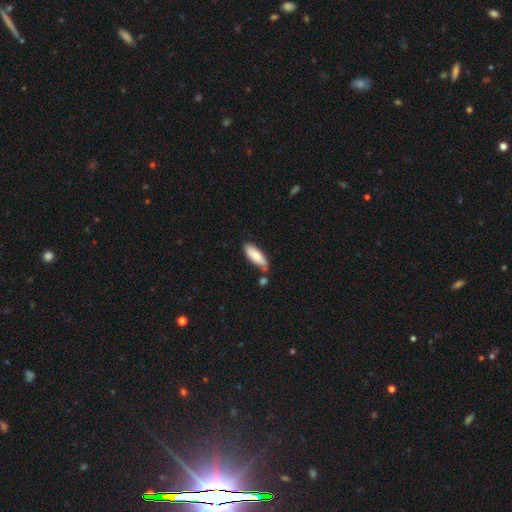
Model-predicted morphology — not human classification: Overall: smooth (79%). How rounded: in between (63%; cigar-shaped 35%). Merging: none (70%).